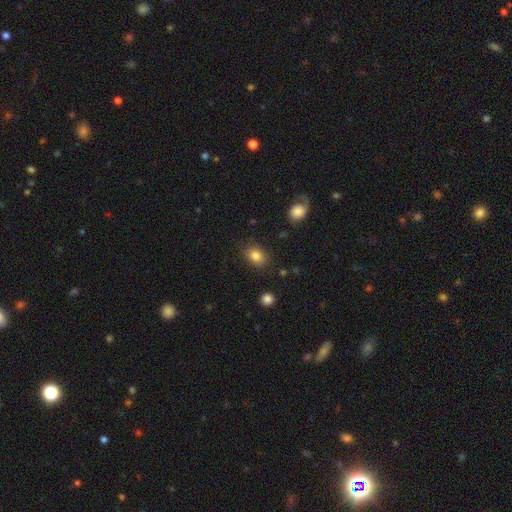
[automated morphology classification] type=smooth (83%); roundness=in between (64%); merging=none (83%).